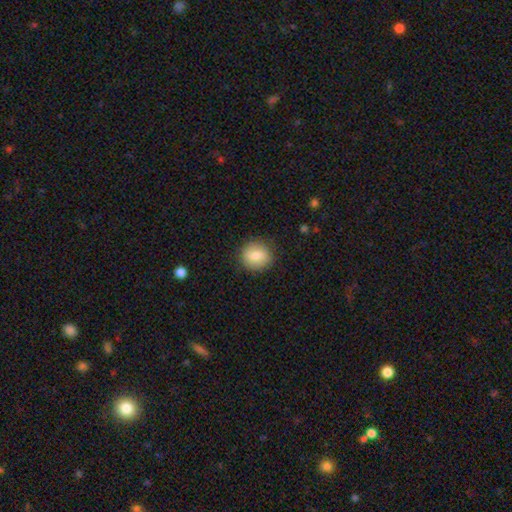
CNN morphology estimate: Overall: smooth (82%). How rounded: round (84%). Merging: none (86%).